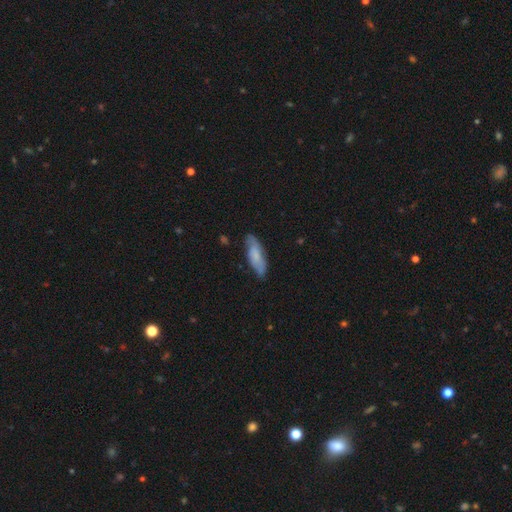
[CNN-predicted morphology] Smooth or featured?
  - smooth: 63% *
  - featured or disk: 31%
  - star or artifact: 6%
How rounded?
  - in between: 57% *
  - cigar-shaped: 41%
  - round: 2%
Merging?
  - none: 75% *
  - minor disturbance: 20%
  - major disturbance: 4%
  - merger: 2%